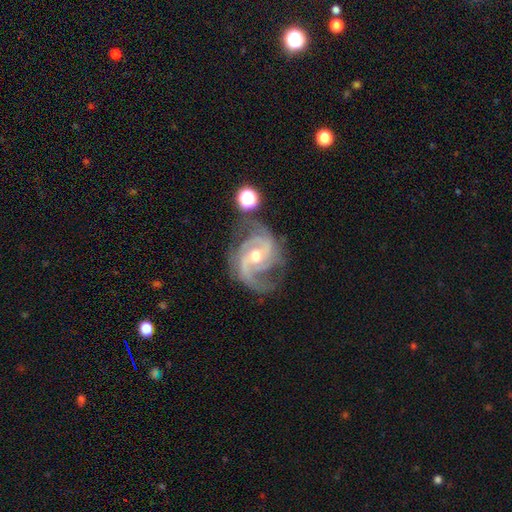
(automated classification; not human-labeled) Morphology: type=featured or disk (92%); edge-on=no (98%); bar=no (42%); spiral arms=yes (98%); winding=medium (55%); arm count=2 (56%); bulge=moderate (65%); merging=none (66%).